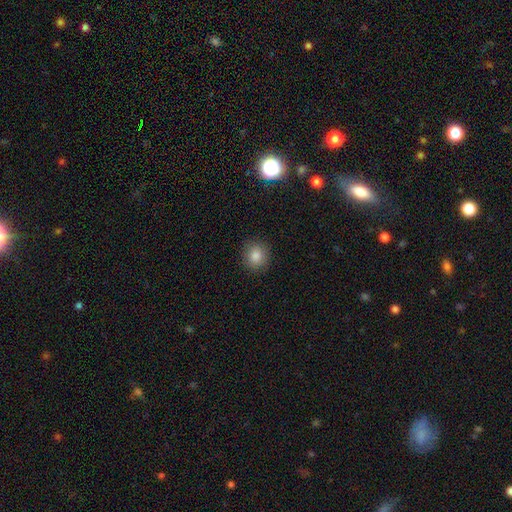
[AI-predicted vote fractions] Smooth or featured? Predicted: smooth (p=0.84). How rounded? Predicted: round (p=0.75). Merging? Predicted: none (p=0.88).